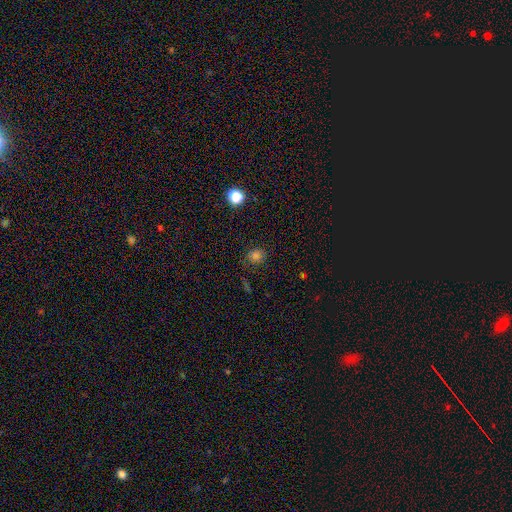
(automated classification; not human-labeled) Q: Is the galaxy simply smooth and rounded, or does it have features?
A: smooth — 74%.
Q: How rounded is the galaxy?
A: round — 76%.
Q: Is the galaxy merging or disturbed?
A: none — 80%.